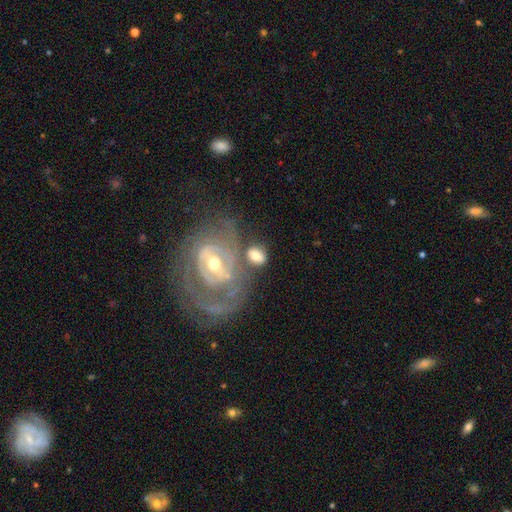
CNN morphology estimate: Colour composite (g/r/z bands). It shows a smooth galaxy with no disk features (50%) that is in between round and cigar-shaped (76%). Merging: none (46%).